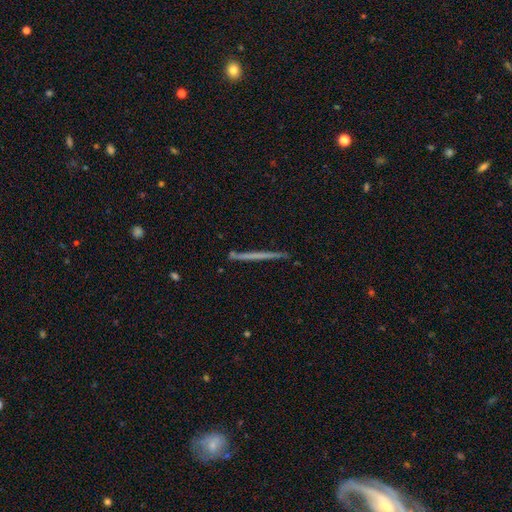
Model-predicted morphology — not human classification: featured or disk 54%, smooth 40%, star or artifact 6%. Down the decision tree: edge-on disk — yes (98%); edge-on bulge — none (88%); merging — none (91%).